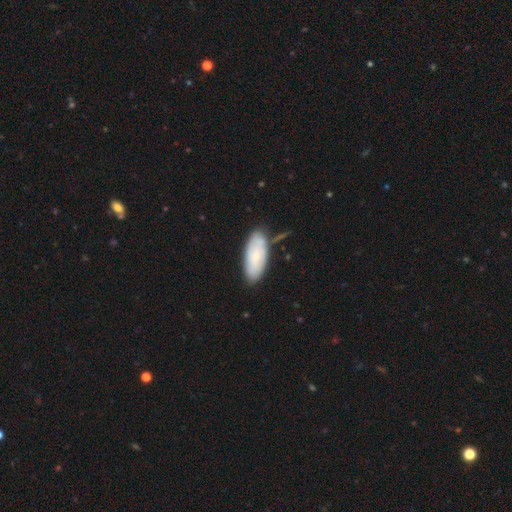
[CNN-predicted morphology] A smooth galaxy with no disk features (65%) that is in between round and cigar-shaped (81%).

Vote fractions:
- Smooth or featured? smooth: 65% / featured or disk: 29% / star or artifact: 6%
- How rounded? in between: 81% / cigar-shaped: 17% / round: 2%
- Merging? none: 68% / minor disturbance: 20% / merger: 7% / major disturbance: 5%